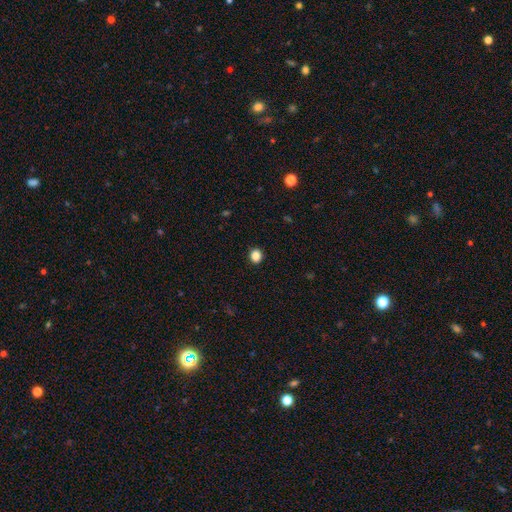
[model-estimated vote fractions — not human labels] The model was most divided on "how rounded": round: 73%, in between: 26%, cigar-shaped: 1%. More confident: merging — none (91%); smooth or featured — smooth (86%).